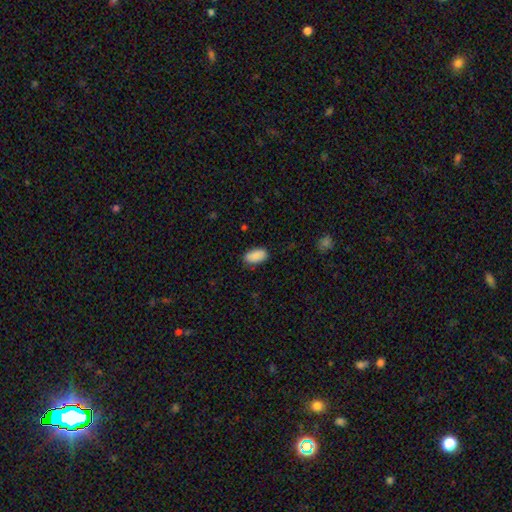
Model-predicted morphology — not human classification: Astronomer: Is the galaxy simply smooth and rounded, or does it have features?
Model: smooth — 90%.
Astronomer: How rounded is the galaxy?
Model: in between — 94%.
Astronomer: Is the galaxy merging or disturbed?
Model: none — 86%.